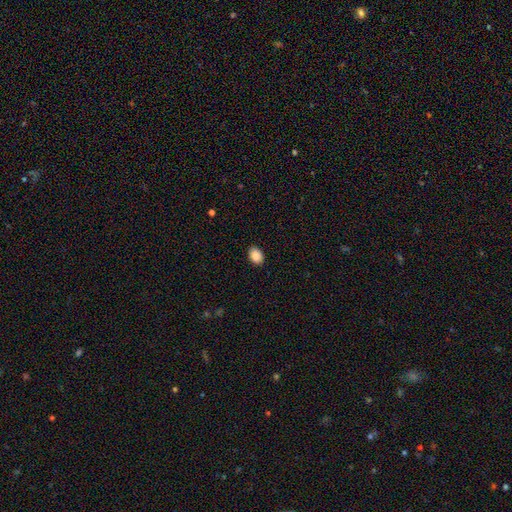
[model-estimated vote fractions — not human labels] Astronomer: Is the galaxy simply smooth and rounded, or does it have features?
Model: smooth — 90%.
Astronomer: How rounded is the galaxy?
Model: in between — 76%.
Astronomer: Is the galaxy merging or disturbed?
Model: none — 89%.